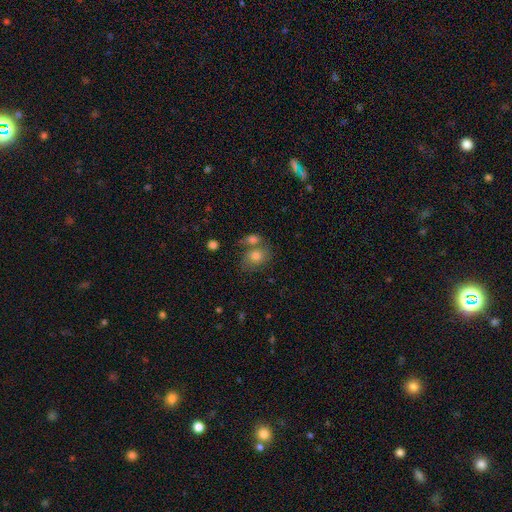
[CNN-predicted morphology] Q: Smooth or featured?
A: smooth (74%); runner-up: featured or disk (16%)
Q: How rounded?
A: in between (50%); runner-up: round (48%)
Q: Merging?
A: none (44%); runner-up: merger (36%)